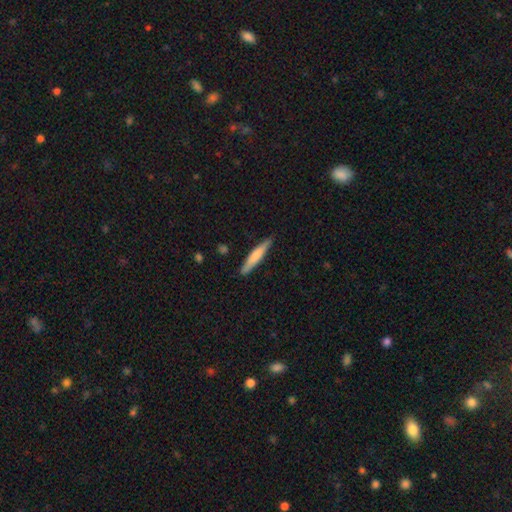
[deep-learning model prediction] Smooth or featured? smooth (69%)
How rounded? cigar-shaped (91%)
Merging? none (86%)